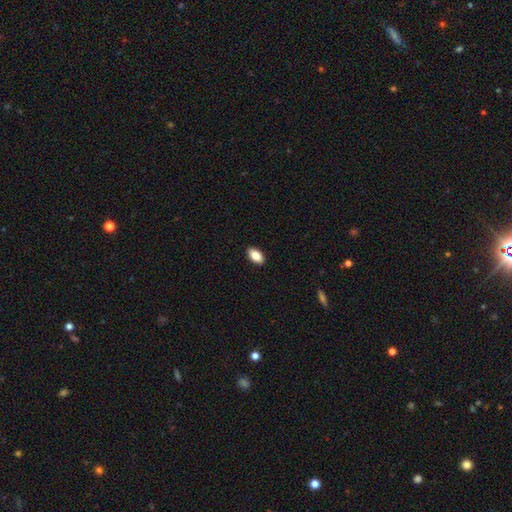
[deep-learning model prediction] This appears to be a smooth galaxy with no disk features (82%) that is in between round and cigar-shaped (92%). Merging: none (90%).